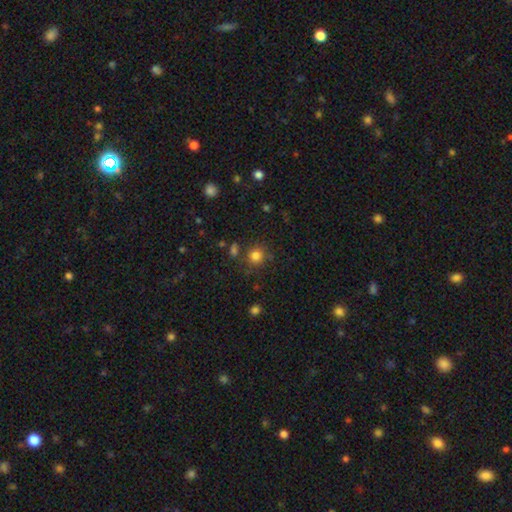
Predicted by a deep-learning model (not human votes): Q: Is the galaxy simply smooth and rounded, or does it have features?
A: smooth — 81%.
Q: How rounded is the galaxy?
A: round — 90%.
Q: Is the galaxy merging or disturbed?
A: none — 80%.